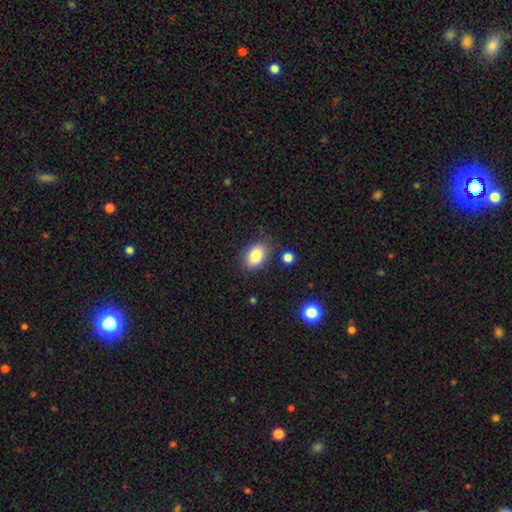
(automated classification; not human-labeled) Smooth or featured? Predicted: smooth (p=0.84). How rounded? Predicted: in between (p=0.82). Merging? Predicted: none (p=0.79).